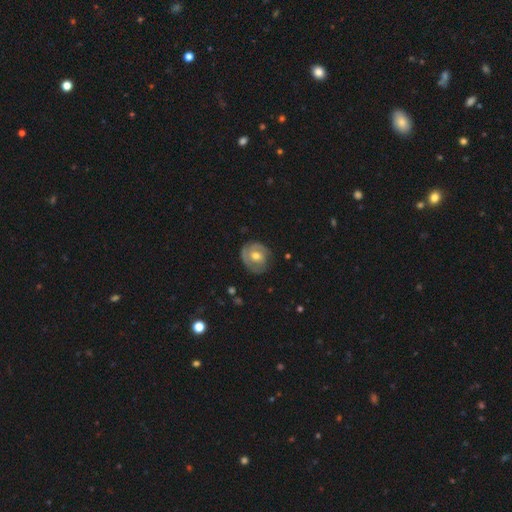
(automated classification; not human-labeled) smooth_or_featured: featured or disk (p=0.56) [alt: smooth p=0.38]
disk_edge_on: no (p=0.96) [alt: yes p=0.04]
bar: no (p=0.71) [alt: weak p=0.24]
has_spiral_arms: yes (p=0.58) [alt: no p=0.42]
bulge_size: moderate (p=0.75) [alt: small p=0.16]
merging: none (p=0.71) [alt: minor disturbance p=0.21]